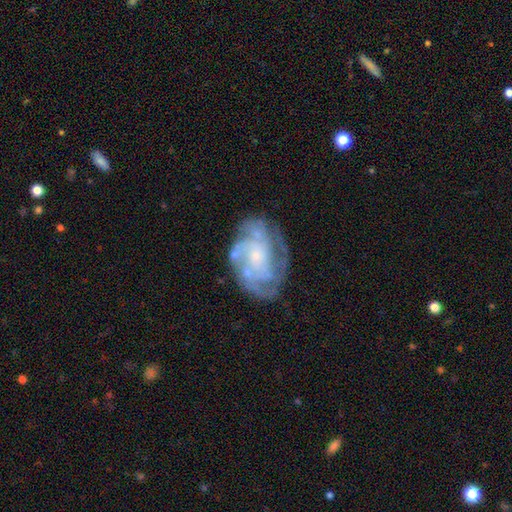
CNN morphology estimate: type=featured or disk (82%); edge-on=no (97%); bar=no (71%); spiral arms=yes (92%); winding=tight (57%); arm count=can't tell (33%); bulge=small (58%); merging=none (68%).